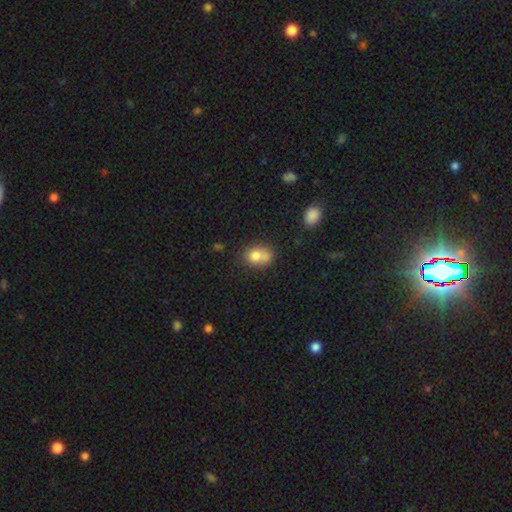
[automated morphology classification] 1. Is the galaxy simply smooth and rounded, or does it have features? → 75% smooth, 15% featured or disk, 10% star or artifact.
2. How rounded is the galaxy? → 51% in between, 48% round, 1% cigar-shaped.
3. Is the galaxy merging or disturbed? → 40% merger, 36% none, 16% minor disturbance, 7% major disturbance.